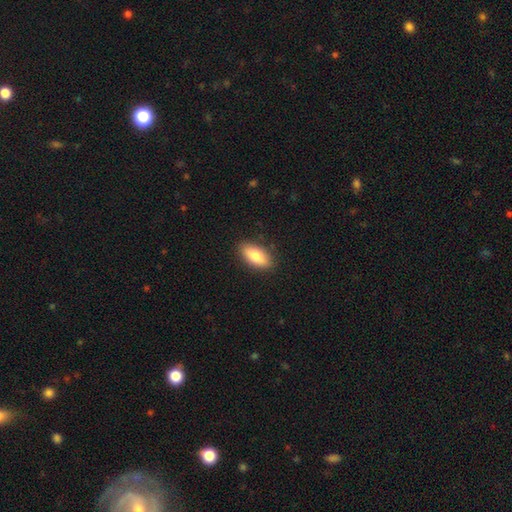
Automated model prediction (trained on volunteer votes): This appears to be a smooth galaxy with no disk features (78%) that is in between round and cigar-shaped (82%). Merging: none (87%).